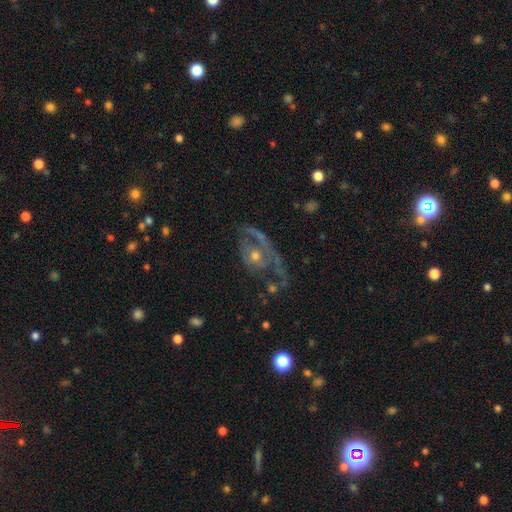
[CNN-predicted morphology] Smooth or featured? Predicted: featured or disk (p=0.69). Edge-on disk? Predicted: no (p=0.95). Bar? Predicted: no (p=0.83). Spiral arms? Predicted: yes (p=0.54). Bulge size? Predicted: moderate (p=0.48). Merging? Predicted: major disturbance (p=0.40).